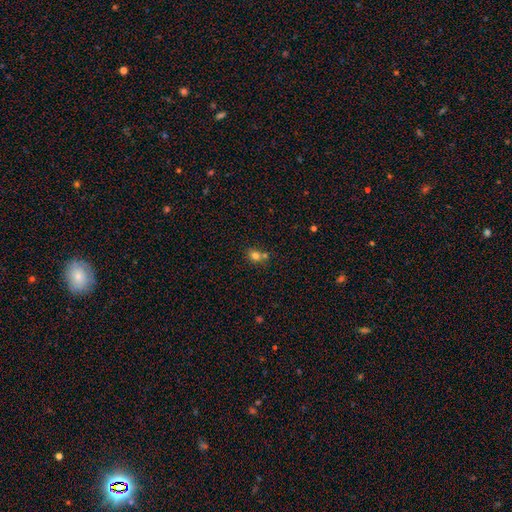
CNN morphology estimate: This appears to be a smooth galaxy with no disk features (77%) that is round (53%). Merging: none (47%).